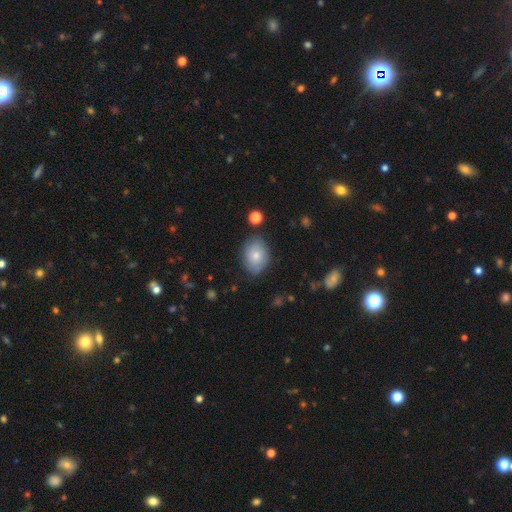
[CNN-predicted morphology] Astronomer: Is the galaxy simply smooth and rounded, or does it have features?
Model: smooth — 77%.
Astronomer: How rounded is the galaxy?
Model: in between — 73%.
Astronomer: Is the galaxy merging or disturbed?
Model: none — 77%.